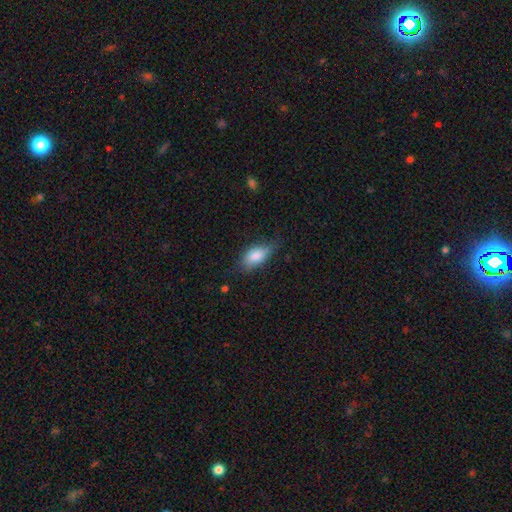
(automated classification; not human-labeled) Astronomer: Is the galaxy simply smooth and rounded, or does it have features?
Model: smooth — 82%.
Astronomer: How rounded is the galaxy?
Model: in between — 88%.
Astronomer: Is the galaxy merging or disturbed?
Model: none — 57%.